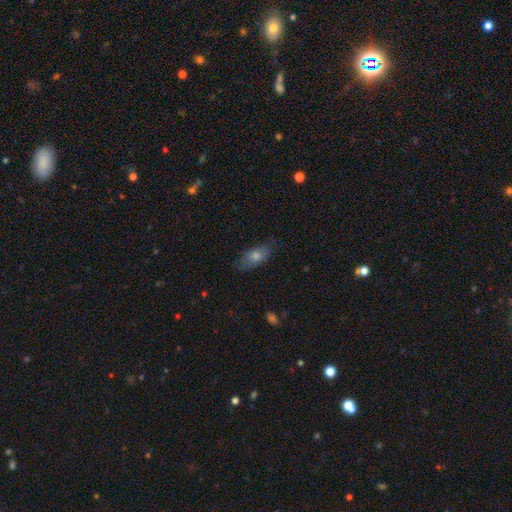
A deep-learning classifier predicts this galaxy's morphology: Smooth or featured?
  - smooth: 62% *
  - featured or disk: 28%
  - star or artifact: 10%
How rounded?
  - in between: 75% *
  - cigar-shaped: 19%
  - round: 6%
Merging?
  - none: 78% *
  - minor disturbance: 17%
  - major disturbance: 4%
  - merger: 1%